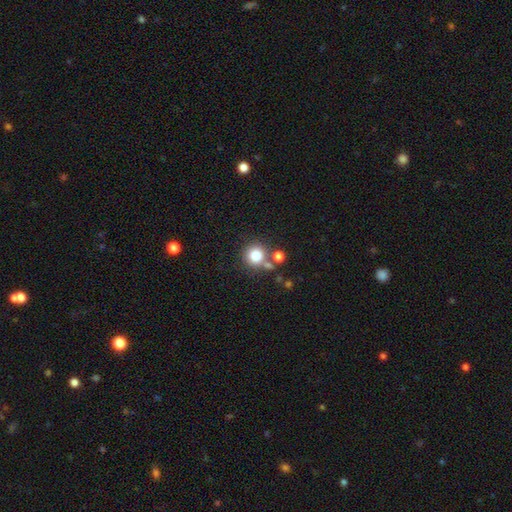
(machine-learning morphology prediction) Smooth or featured? Predicted: smooth (p=0.79). How rounded? Predicted: round (p=0.92). Merging? Predicted: none (p=0.67).